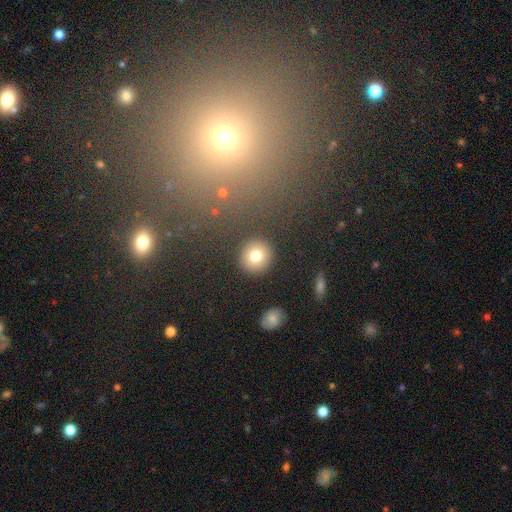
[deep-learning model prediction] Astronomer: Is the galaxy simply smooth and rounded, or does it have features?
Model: smooth — 78%.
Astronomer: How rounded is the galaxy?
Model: round — 91%.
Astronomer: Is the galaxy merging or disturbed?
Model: none — 90%.